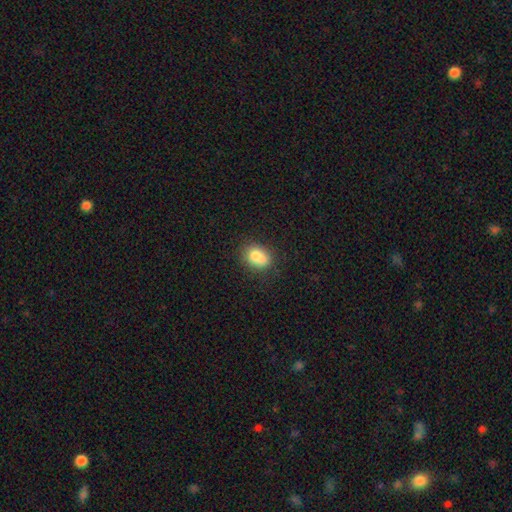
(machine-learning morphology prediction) This appears to be a smooth galaxy with no disk features (81%) that is in between round and cigar-shaped (63%). Merging: none (63%).